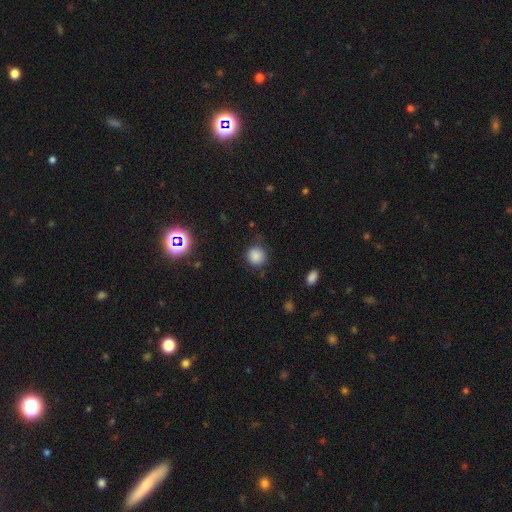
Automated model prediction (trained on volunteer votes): smooth 84%, star or artifact 11%, featured or disk 5%. Down the decision tree: how rounded — round (88%); merging — none (78%).